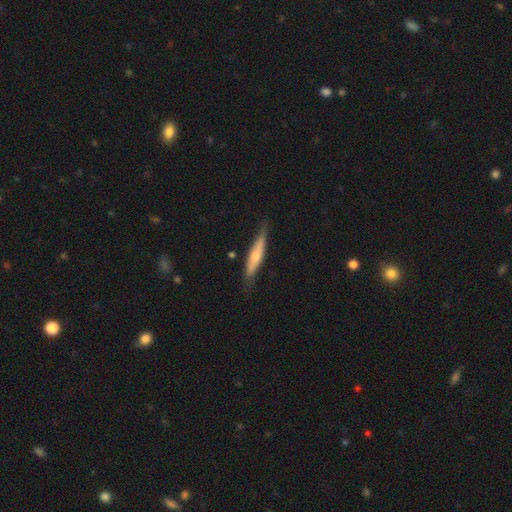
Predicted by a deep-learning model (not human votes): Overall: smooth (54%; featured or disk 40%). How rounded: cigar-shaped (86%). Merging: none (77%).